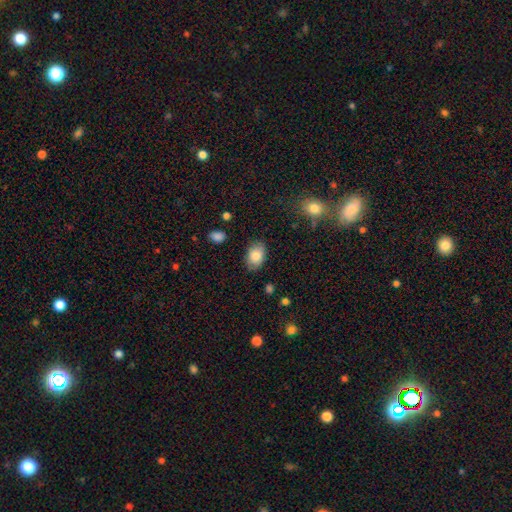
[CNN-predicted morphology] A smooth galaxy with no disk features (82%) that is in between round and cigar-shaped (87%). Merging: none (82%).